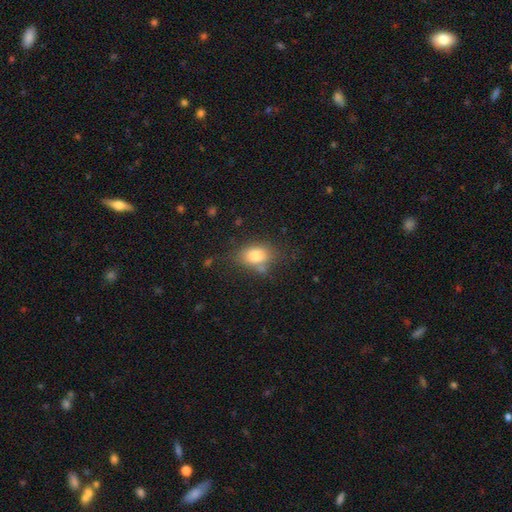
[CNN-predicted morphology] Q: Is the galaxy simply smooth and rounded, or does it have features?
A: smooth — 79%.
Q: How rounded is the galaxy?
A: in between — 72%.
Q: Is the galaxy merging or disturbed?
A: none — 65%.